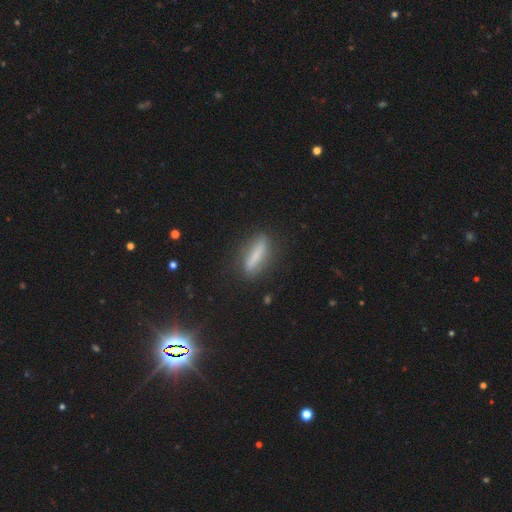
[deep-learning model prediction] Smooth or featured?
  - smooth: 60% *
  - featured or disk: 30%
  - star or artifact: 10%
How rounded?
  - cigar-shaped: 81% *
  - in between: 16%
  - round: 2%
Merging?
  - none: 85% *
  - minor disturbance: 10%
  - major disturbance: 3%
  - merger: 2%